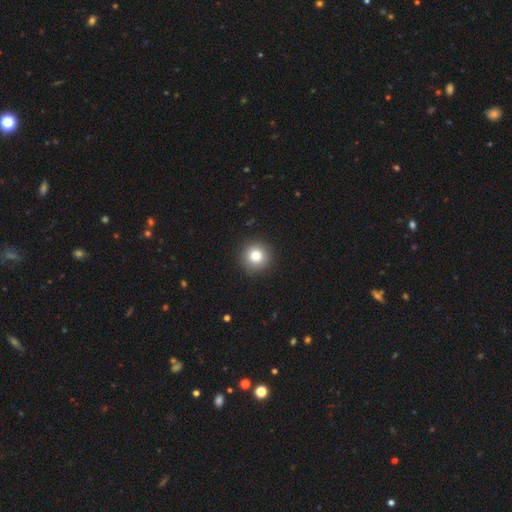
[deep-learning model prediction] This appears to be a smooth galaxy with no disk features (83%) that is round (95%). Merging: none (92%).